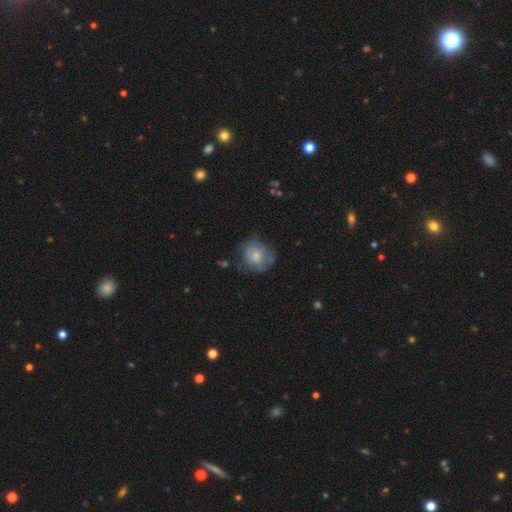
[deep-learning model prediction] The model was most divided on "merging": none: 60%, minor disturbance: 26%, major disturbance: 12%, merger: 2%. More confident: how rounded — round (81%); smooth or featured — smooth (66%).